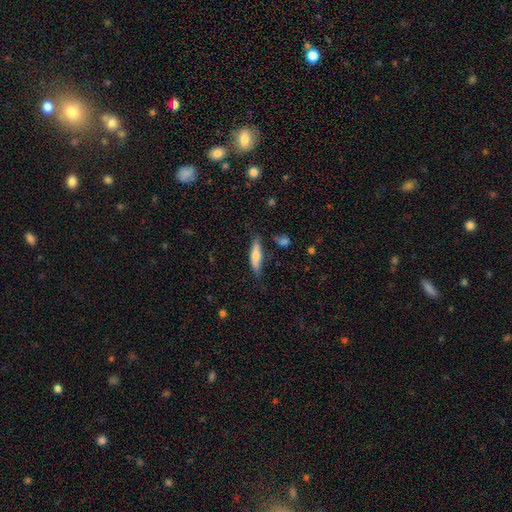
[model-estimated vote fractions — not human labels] This is likely a smooth galaxy (62%). How rounded: likely cigar-shaped (70%). Merging: likely none (73%).